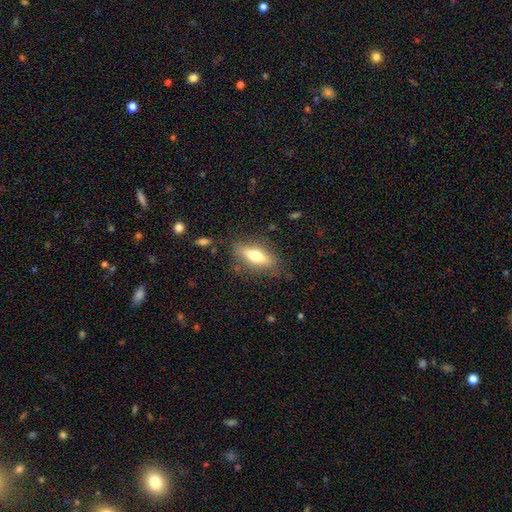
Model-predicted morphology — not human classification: Smooth or featured: smooth — 61% (featured or disk — 32%)
How rounded: in between — 55% (cigar-shaped — 42%)
Merging: none — 78% (minor disturbance — 15%)